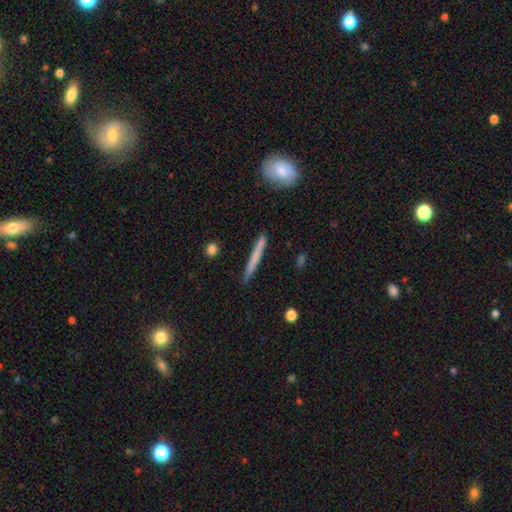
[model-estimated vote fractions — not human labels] smooth_or_featured: smooth (p=0.60) [alt: featured or disk p=0.34]
how_rounded: cigar-shaped (p=0.96) [alt: in between p=0.02]
merging: none (p=0.87) [alt: minor disturbance p=0.09]